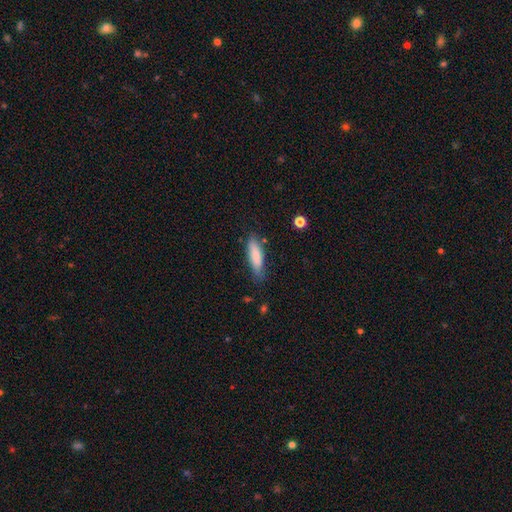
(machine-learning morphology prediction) Smooth or featured? smooth (83%)
How rounded? cigar-shaped (58%)
Merging? none (73%)